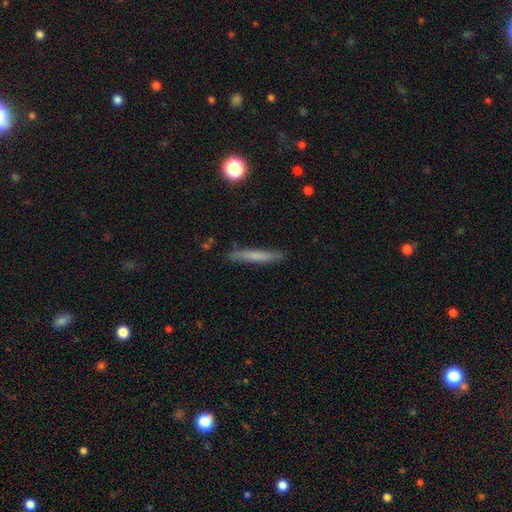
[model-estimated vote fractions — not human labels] smooth-or-featured: smooth: 64% | featured or disk: 29% | star or artifact: 7%
  how-rounded: cigar-shaped: 95% | in between: 4% | round: 2%
  merging: none: 87% | minor disturbance: 10% | major disturbance: 2% | merger: 2%